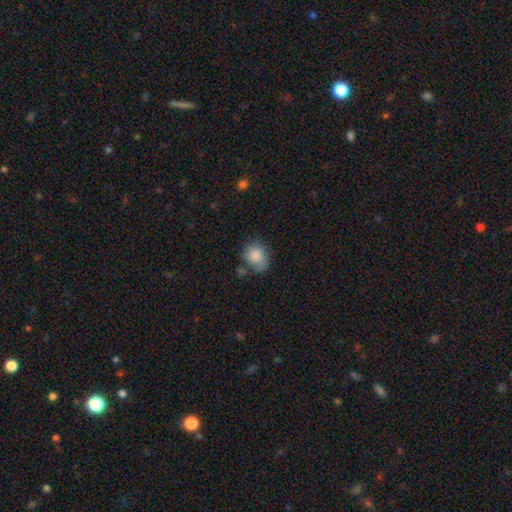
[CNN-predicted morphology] smooth 82%, featured or disk 10%, star or artifact 8%. Down the decision tree: how rounded — round (55%); merging — none (48%).